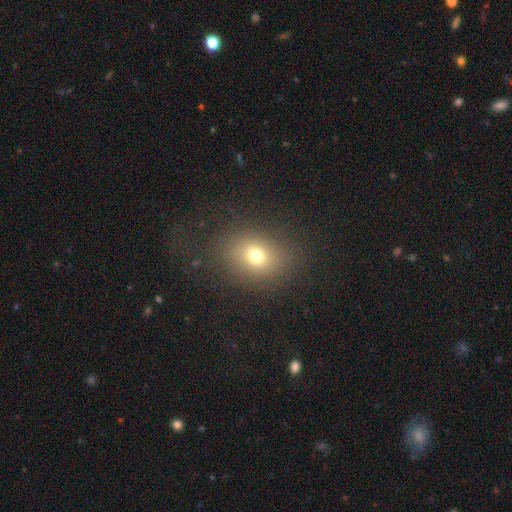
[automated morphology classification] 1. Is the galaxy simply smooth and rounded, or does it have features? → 71% smooth, 18% star or artifact, 11% featured or disk.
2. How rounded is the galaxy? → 56% round, 43% in between, 1% cigar-shaped.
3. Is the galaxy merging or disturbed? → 84% none, 9% minor disturbance, 6% major disturbance, 1% merger.